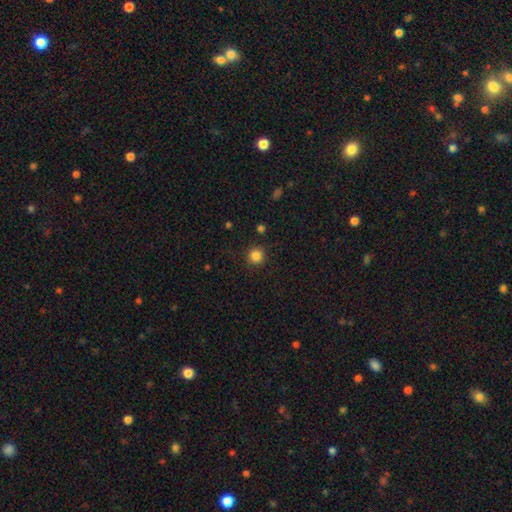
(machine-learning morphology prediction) This is clearly a smooth galaxy (85%). How rounded: clearly round (94%). Merging: clearly none (89%).